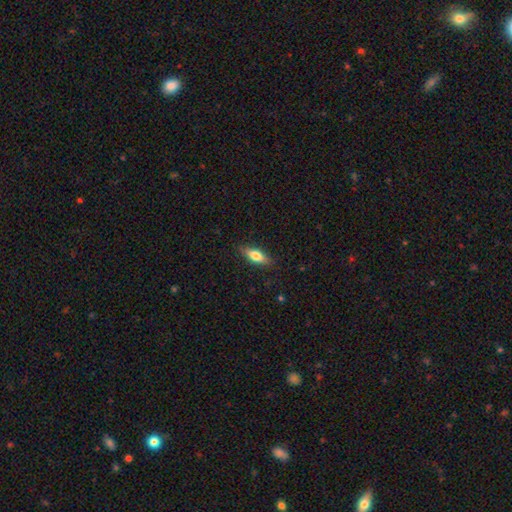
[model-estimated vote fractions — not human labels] Smooth or featured?
  - smooth: 71% *
  - featured or disk: 22%
  - star or artifact: 7%
How rounded?
  - in between: 67% *
  - cigar-shaped: 30%
  - round: 3%
Merging?
  - none: 84% *
  - minor disturbance: 13%
  - major disturbance: 3%
  - merger: 1%